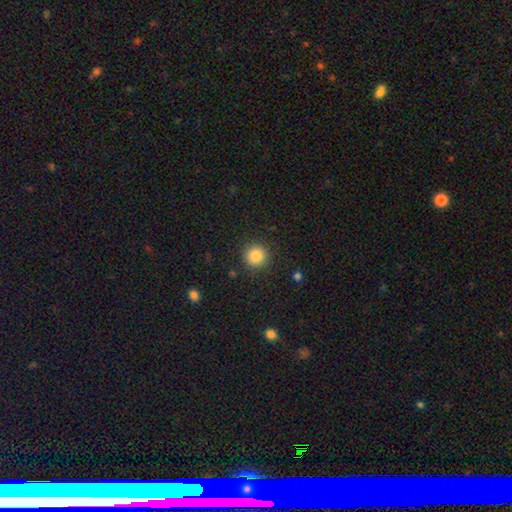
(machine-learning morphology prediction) smooth-or-featured: smooth: 85% | star or artifact: 10% | featured or disk: 5%
  how-rounded: round: 94% | in between: 5% | cigar-shaped: 1%
  merging: none: 90% | minor disturbance: 6% | major disturbance: 2% | merger: 1%